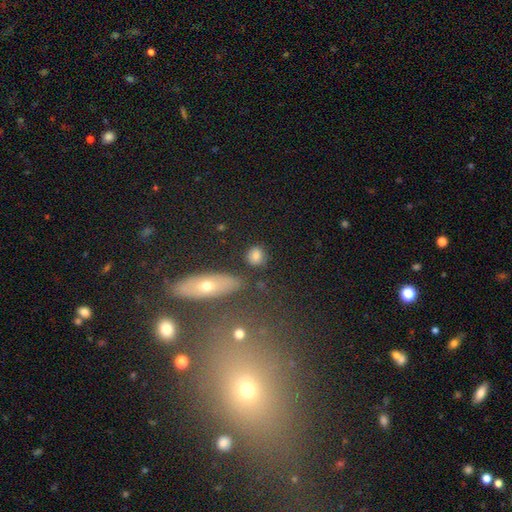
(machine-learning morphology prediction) Q: Smooth or featured?
A: smooth (79%); runner-up: star or artifact (11%)
Q: How rounded?
A: round (75%); runner-up: in between (23%)
Q: Merging?
A: none (79%); runner-up: minor disturbance (12%)